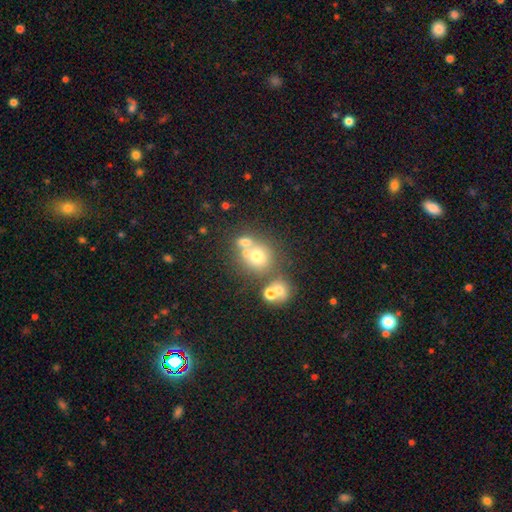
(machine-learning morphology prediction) Smooth or featured?
  - smooth: 61% *
  - featured or disk: 20%
  - star or artifact: 19%
How rounded?
  - round: 80% *
  - in between: 19%
  - cigar-shaped: 1%
Merging?
  - none: 49% *
  - merger: 37%
  - minor disturbance: 9%
  - major disturbance: 5%